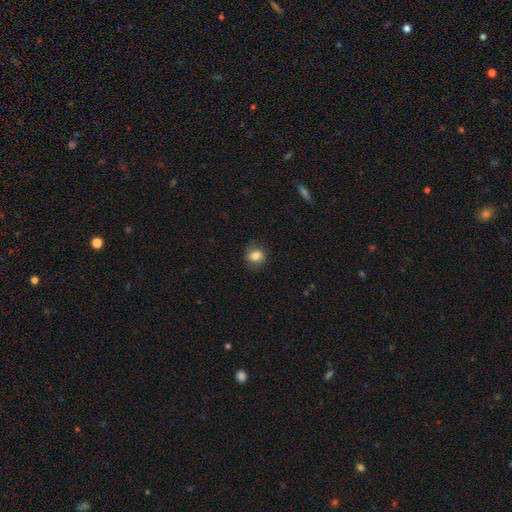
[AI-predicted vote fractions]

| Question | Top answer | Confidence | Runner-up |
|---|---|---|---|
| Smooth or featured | smooth | 81% | star or artifact (10%) |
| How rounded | round | 60% | in between (39%) |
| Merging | none | 79% | minor disturbance (15%) |